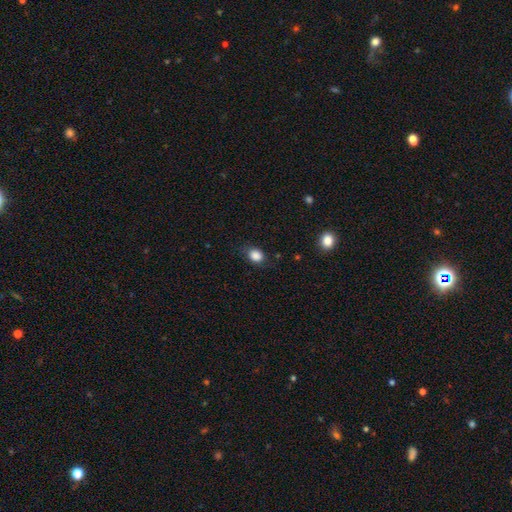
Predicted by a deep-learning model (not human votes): A smooth galaxy with no disk features (86%) that is in between round and cigar-shaped (53%).

Vote fractions:
- Smooth or featured? smooth: 86% / star or artifact: 10% / featured or disk: 5%
- How rounded? in between: 53% / round: 45% / cigar-shaped: 1%
- Merging? none: 75% / minor disturbance: 19% / major disturbance: 5% / merger: 1%